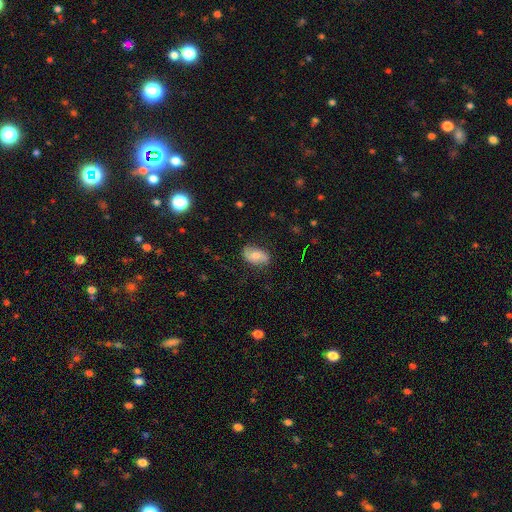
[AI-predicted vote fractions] A smooth galaxy with no disk features (49%). Merging: none (75%).